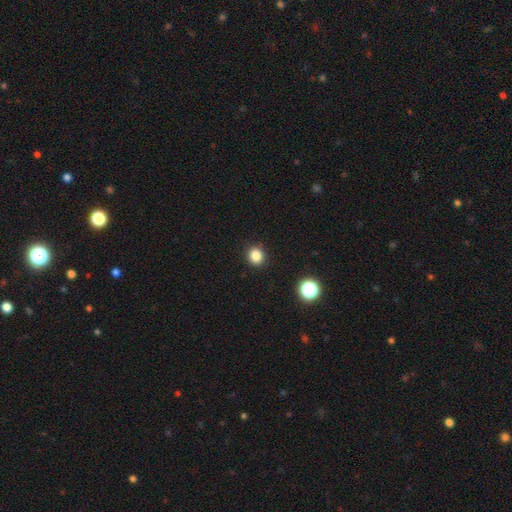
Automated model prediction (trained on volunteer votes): The model was most divided on "how rounded": round: 80%, in between: 19%, cigar-shaped: 1%. More confident: merging — none (91%); smooth or featured — smooth (83%).